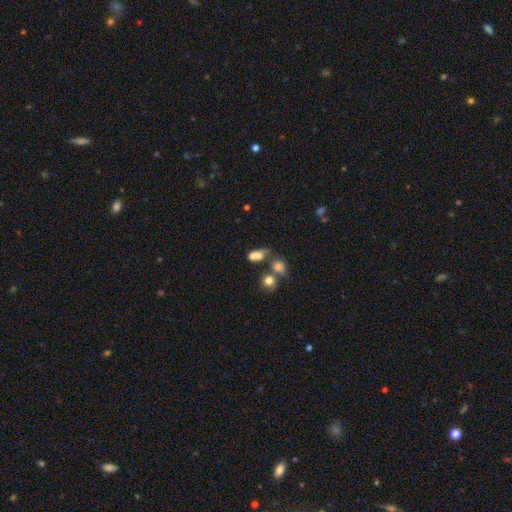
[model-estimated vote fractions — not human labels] This appears to be a smooth galaxy with no disk features (77%) that is in between round and cigar-shaped (77%). Merging: none (33%).